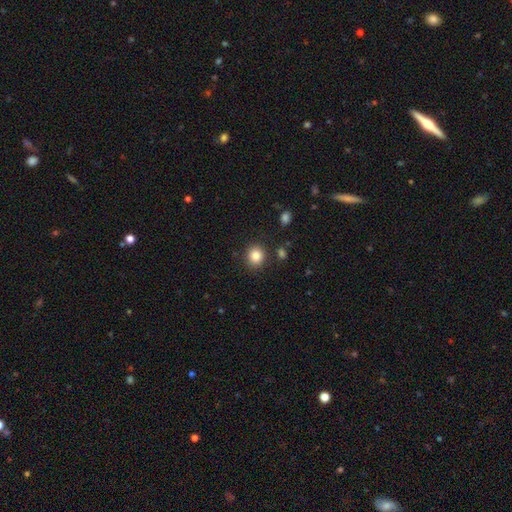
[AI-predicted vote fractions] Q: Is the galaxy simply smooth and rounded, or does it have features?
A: smooth — 85%.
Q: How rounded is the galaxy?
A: round — 82%.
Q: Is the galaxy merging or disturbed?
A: none — 87%.